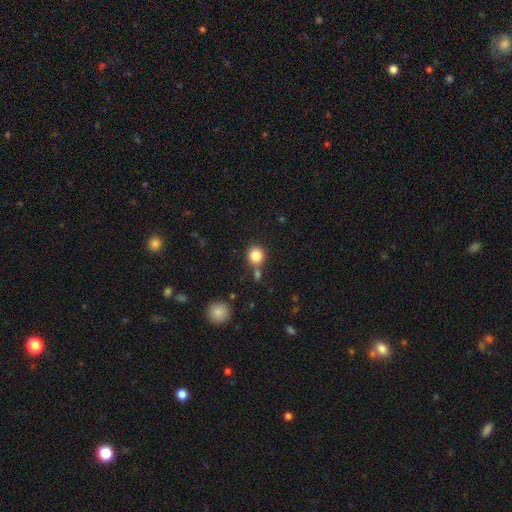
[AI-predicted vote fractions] The model was most divided on "merging": none: 69%, merger: 18%, minor disturbance: 10%, major disturbance: 3%. More confident: how rounded — round (91%); smooth or featured — smooth (84%).